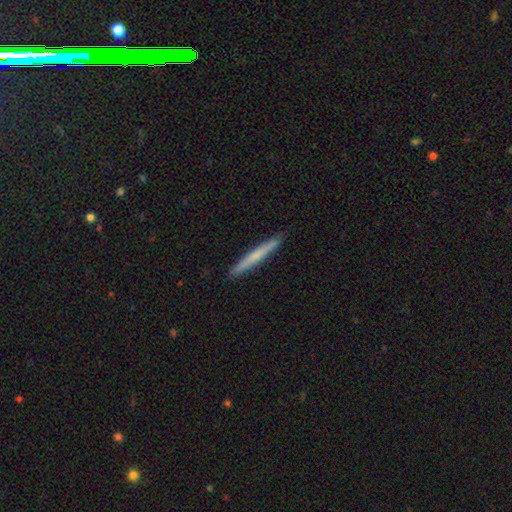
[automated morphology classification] Q: Smooth or featured?
A: smooth (58%); runner-up: featured or disk (36%)
Q: How rounded?
A: cigar-shaped (97%); runner-up: in between (2%)
Q: Merging?
A: none (92%); runner-up: minor disturbance (6%)